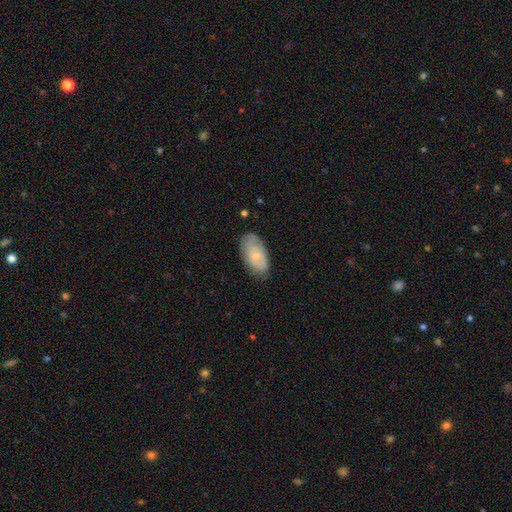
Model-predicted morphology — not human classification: smooth-or-featured: smooth: 66% | featured or disk: 27% | star or artifact: 7%
  how-rounded: in between: 94% | round: 3% | cigar-shaped: 3%
  merging: none: 72% | minor disturbance: 21% | major disturbance: 5% | merger: 1%